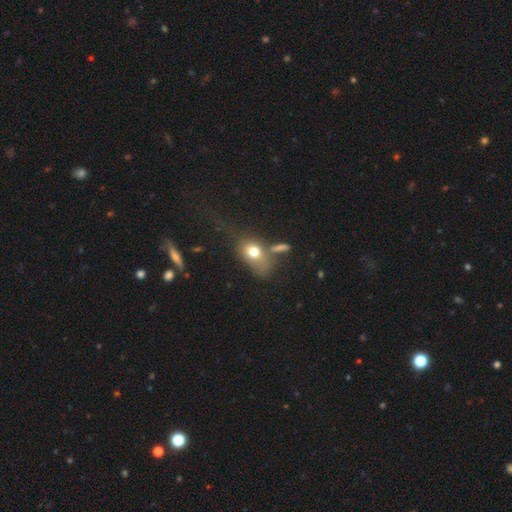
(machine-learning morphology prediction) A smooth galaxy with no disk features (65%) that is in between round and cigar-shaped (62%).

Vote fractions:
- Smooth or featured? smooth: 65% / featured or disk: 21% / star or artifact: 14%
- How rounded? in between: 62% / round: 34% / cigar-shaped: 4%
- Merging? none: 35% / merger: 24% / major disturbance: 22% / minor disturbance: 18%